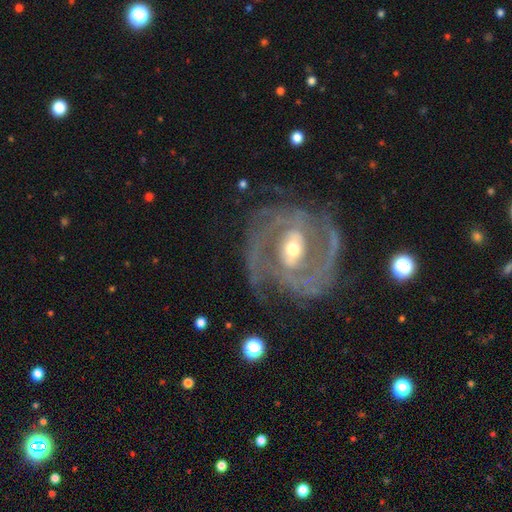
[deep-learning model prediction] This appears to be a featured or disk galaxy (92%) with a weak bar (41%), 2 (57%) tight (53%) spiral arms (97%) and a moderate central bulge (59%). Merging: none (73%).